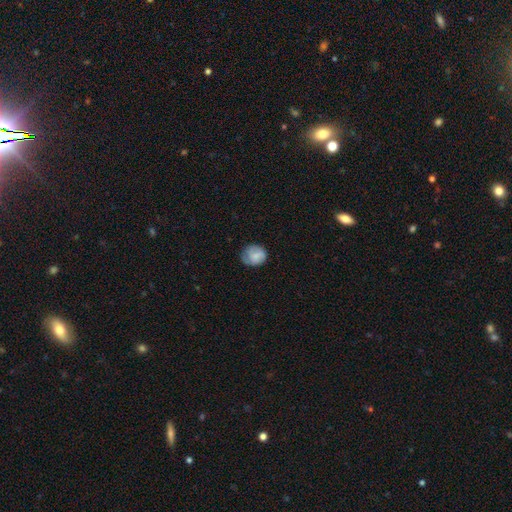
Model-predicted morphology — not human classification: This appears to be a smooth galaxy with no disk features (75%) that is round (72%). Merging: none (63%).